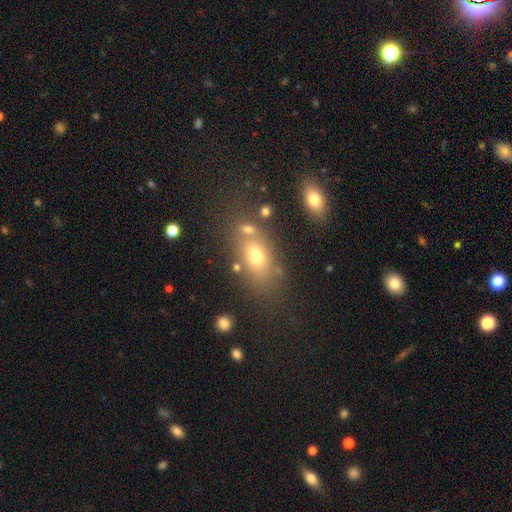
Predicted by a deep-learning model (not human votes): smooth 68%, featured or disk 17%, star or artifact 15%. Down the decision tree: how rounded — in between (76%); merging — none (62%).